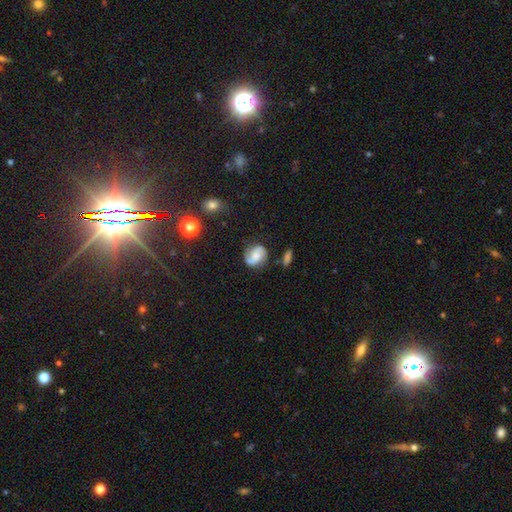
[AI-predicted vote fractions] Smooth or featured? Predicted: featured or disk (p=0.57). Edge-on disk? Predicted: no (p=0.97). Bar? Predicted: no (p=0.55). Spiral arms? Predicted: yes (p=0.91). Spiral winding? Predicted: medium (p=0.42). Spiral arm count? Predicted: 2 (p=0.85). Bulge size? Predicted: moderate (p=0.36). Merging? Predicted: none (p=0.70).